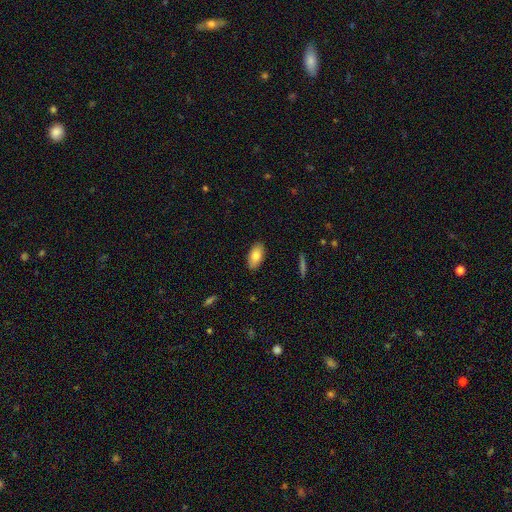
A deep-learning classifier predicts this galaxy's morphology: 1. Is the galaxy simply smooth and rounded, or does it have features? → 80% smooth, 14% featured or disk, 7% star or artifact.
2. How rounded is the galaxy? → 92% in between, 5% cigar-shaped, 3% round.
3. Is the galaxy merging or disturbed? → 88% none, 9% minor disturbance, 2% major disturbance, 1% merger.